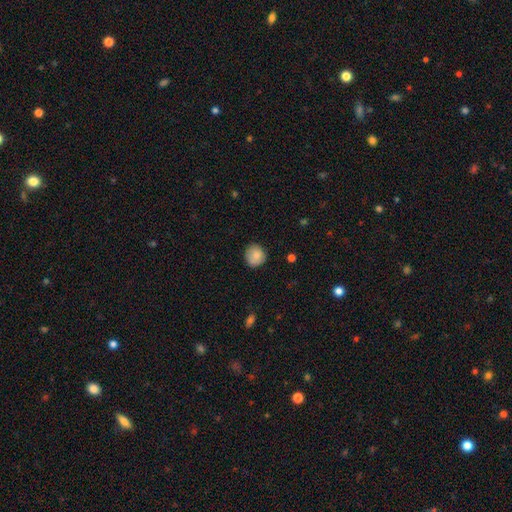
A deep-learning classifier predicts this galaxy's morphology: This is clearly a smooth galaxy (84%). How rounded: clearly round (88%). Merging: clearly none (81%).